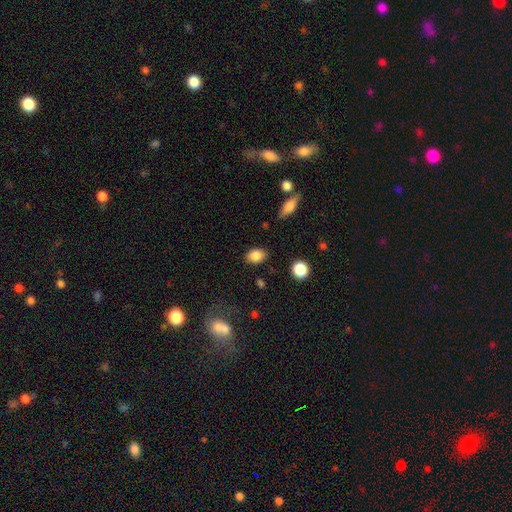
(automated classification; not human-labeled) Q: Smooth or featured?
A: smooth (85%); runner-up: star or artifact (9%)
Q: How rounded?
A: in between (73%); runner-up: round (26%)
Q: Merging?
A: none (84%); runner-up: minor disturbance (11%)